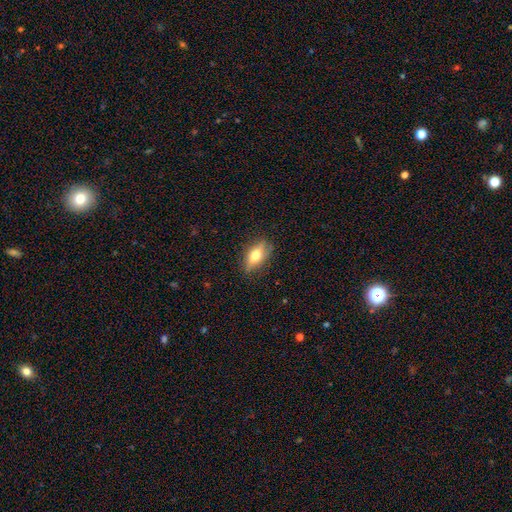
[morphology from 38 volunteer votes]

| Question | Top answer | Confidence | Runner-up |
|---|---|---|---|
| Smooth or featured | smooth | 50% | featured or disk (47%) |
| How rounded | in between | 79% | cigar-shaped (21%) |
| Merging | none | 76% | minor disturbance (22%) |